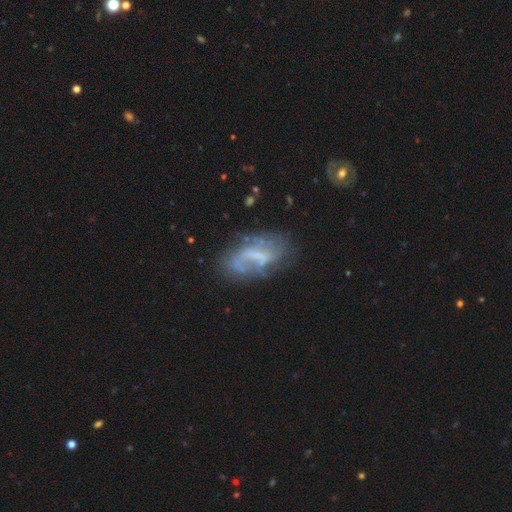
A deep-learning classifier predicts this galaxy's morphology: Smooth or featured? featured or disk (67%)
Edge-on disk? no (94%)
Bar? weak (43%)
Spiral arms? yes (63%)
Bulge size? none (47%)
Merging? none (53%)